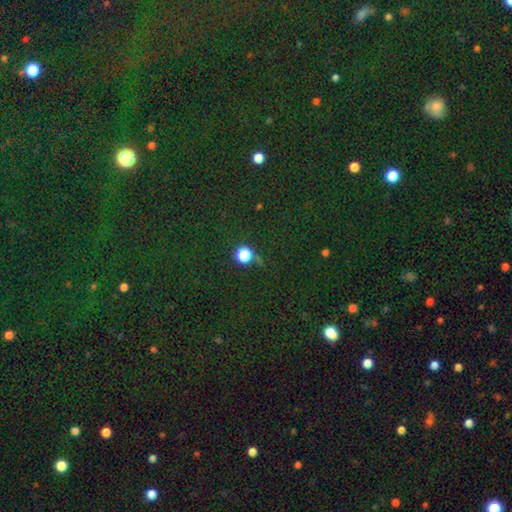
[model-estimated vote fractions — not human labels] Overall: star or artifact (73%).